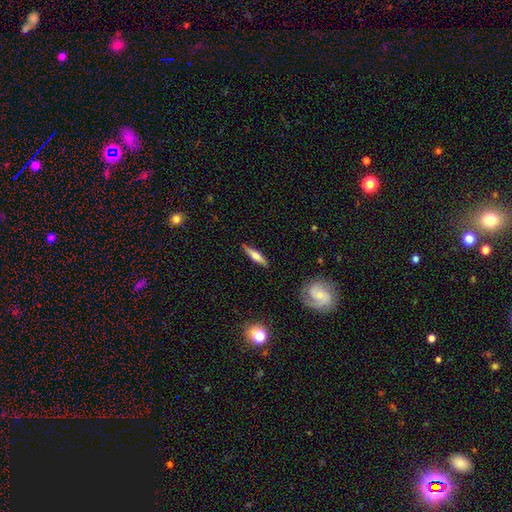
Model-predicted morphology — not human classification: This appears to be a featured or disk galaxy (48%). Merging: none (88%).